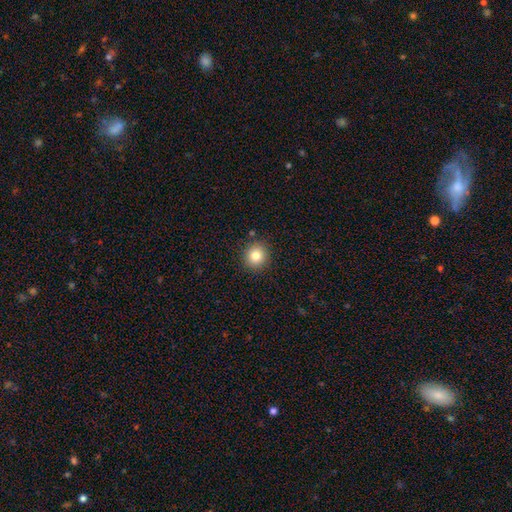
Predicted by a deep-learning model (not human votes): Smooth or featured? smooth (82%)
How rounded? round (87%)
Merging? none (89%)